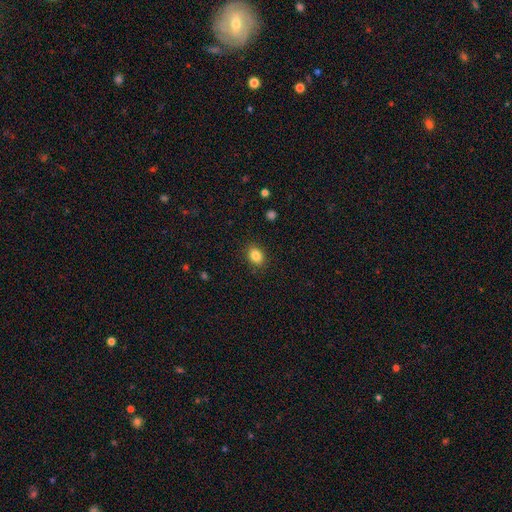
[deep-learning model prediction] This appears to be a smooth galaxy with no disk features (84%) that is in between round and cigar-shaped (64%). Merging: none (88%).